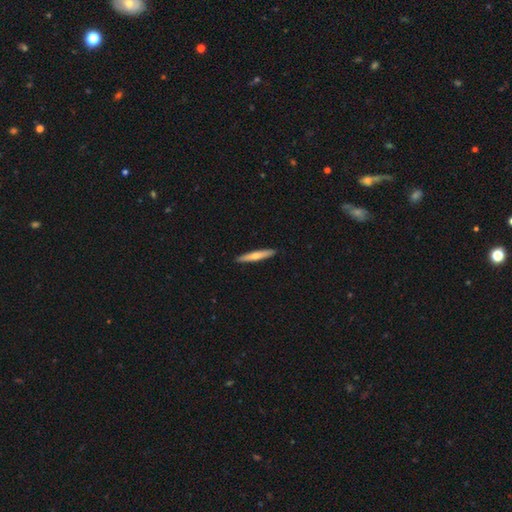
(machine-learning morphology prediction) Q: Smooth or featured?
A: smooth (60%); runner-up: featured or disk (35%)
Q: How rounded?
A: cigar-shaped (94%); runner-up: in between (5%)
Q: Merging?
A: none (92%); runner-up: minor disturbance (6%)